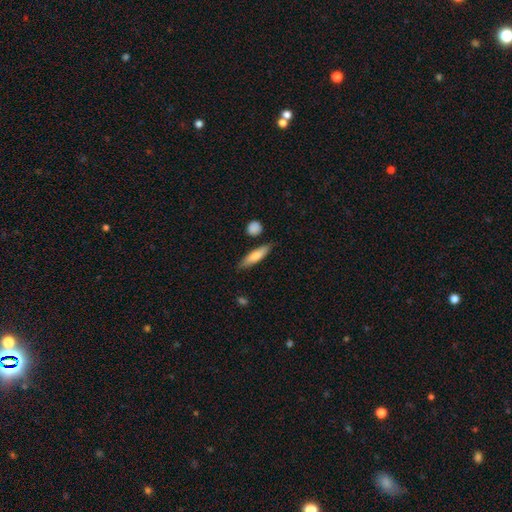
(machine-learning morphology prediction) Q: Smooth or featured?
A: smooth (71%); runner-up: featured or disk (23%)
Q: How rounded?
A: cigar-shaped (72%); runner-up: in between (25%)
Q: Merging?
A: none (81%); runner-up: minor disturbance (12%)